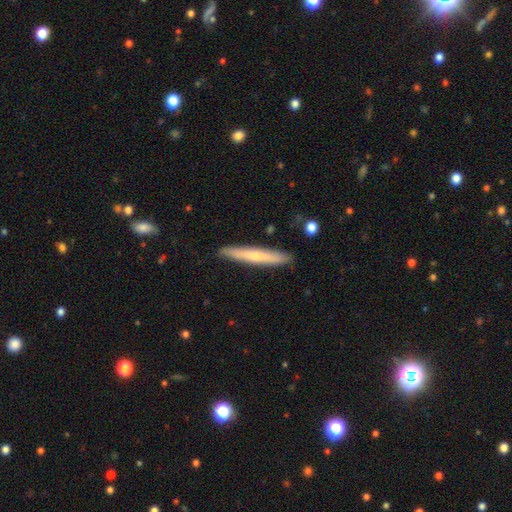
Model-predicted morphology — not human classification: This is possibly a smooth galaxy (56%). How rounded: clearly cigar-shaped (95%). Merging: clearly none (88%).